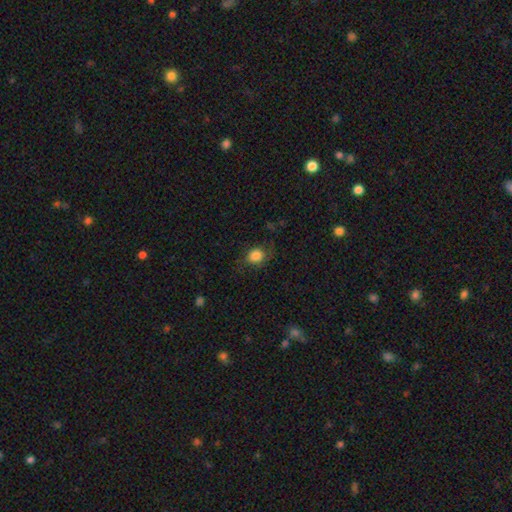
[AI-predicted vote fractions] The model was most divided on "how rounded": round: 61%, in between: 38%, cigar-shaped: 1%. More confident: smooth or featured — smooth (79%); merging — none (66%).